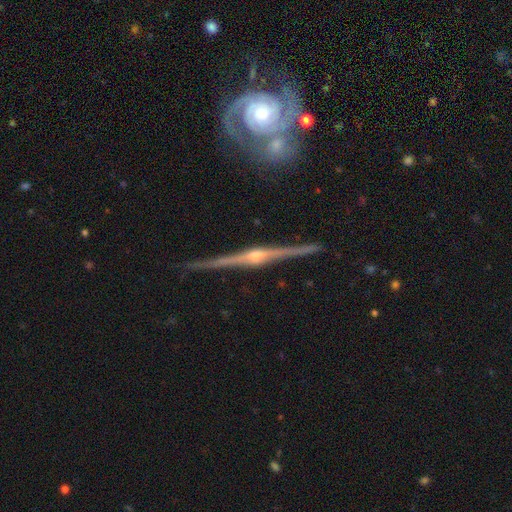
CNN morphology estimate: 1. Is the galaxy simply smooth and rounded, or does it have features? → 92% featured or disk, 4% smooth, 4% star or artifact.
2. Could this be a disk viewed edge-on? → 97% yes, 3% no.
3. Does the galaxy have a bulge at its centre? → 90% rounded, 6% boxy, 5% none.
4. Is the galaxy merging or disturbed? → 85% none, 10% minor disturbance, 3% merger, 2% major disturbance.